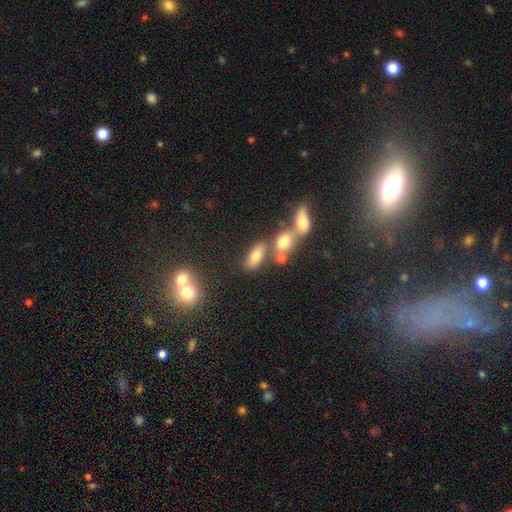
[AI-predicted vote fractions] Overall: smooth (72%). How rounded: in between (79%). Merging: none (53%; merger 30%).